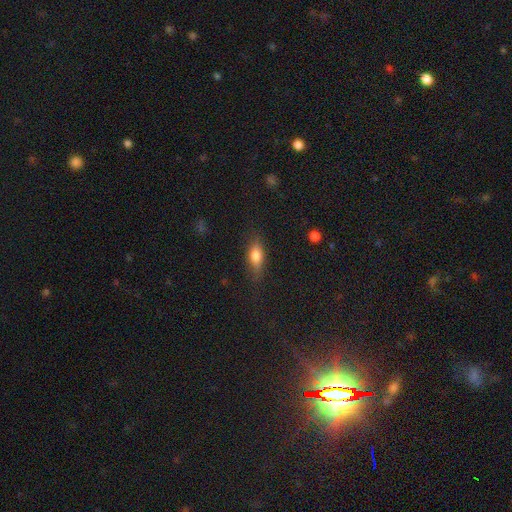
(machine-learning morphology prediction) Smooth or featured?
  - smooth: 73% *
  - featured or disk: 18%
  - star or artifact: 9%
How rounded?
  - in between: 72% *
  - cigar-shaped: 23%
  - round: 5%
Merging?
  - none: 76% *
  - minor disturbance: 17%
  - major disturbance: 5%
  - merger: 1%